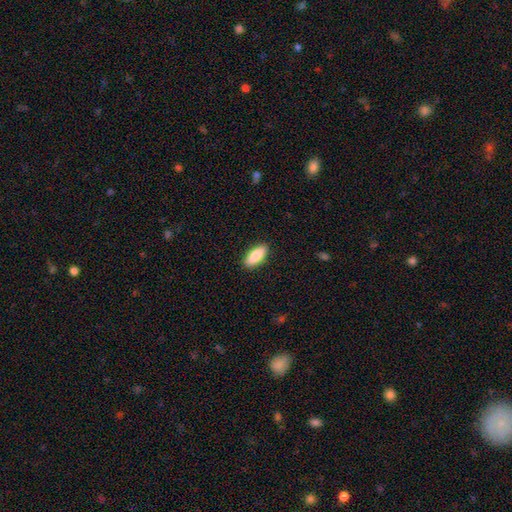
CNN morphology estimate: A smooth galaxy with no disk features (86%) that is in between round and cigar-shaped (82%). Merging: none (90%).